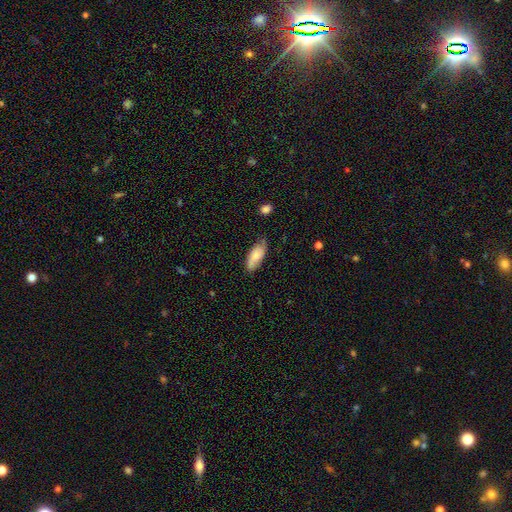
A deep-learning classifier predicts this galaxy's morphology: Q: Smooth or featured?
A: smooth (70%); runner-up: featured or disk (24%)
Q: How rounded?
A: in between (81%); runner-up: cigar-shaped (17%)
Q: Merging?
A: none (65%); runner-up: minor disturbance (28%)